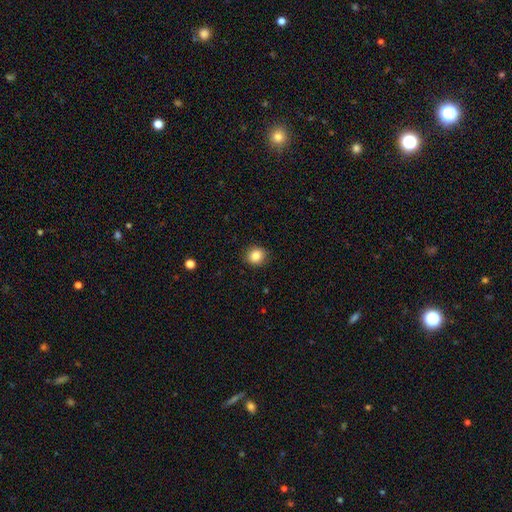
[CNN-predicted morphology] Q: Smooth or featured?
A: smooth (85%); runner-up: star or artifact (10%)
Q: How rounded?
A: round (85%); runner-up: in between (14%)
Q: Merging?
A: none (90%); runner-up: minor disturbance (7%)